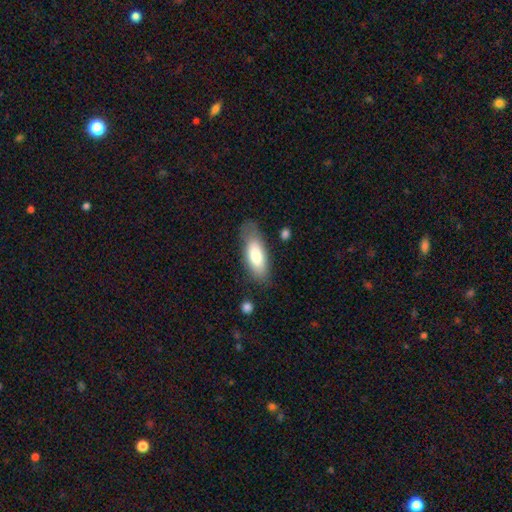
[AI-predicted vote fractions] Q: Smooth or featured?
A: smooth (76%); runner-up: featured or disk (18%)
Q: How rounded?
A: in between (75%); runner-up: cigar-shaped (23%)
Q: Merging?
A: none (70%); runner-up: minor disturbance (20%)